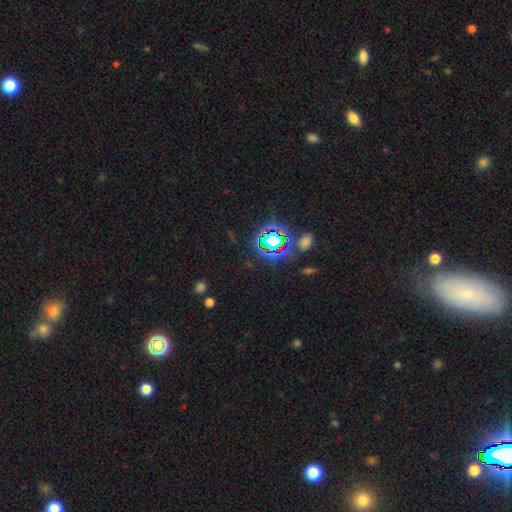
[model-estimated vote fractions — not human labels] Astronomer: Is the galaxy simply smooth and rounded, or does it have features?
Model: star or artifact — 73%.